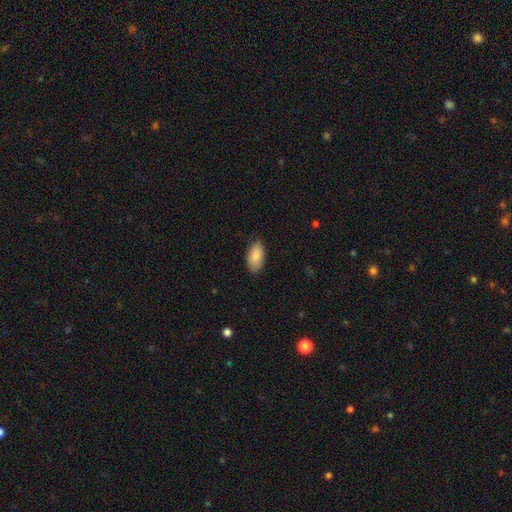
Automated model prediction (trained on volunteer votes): Overall: smooth (88%). How rounded: in between (94%). Merging: none (83%).